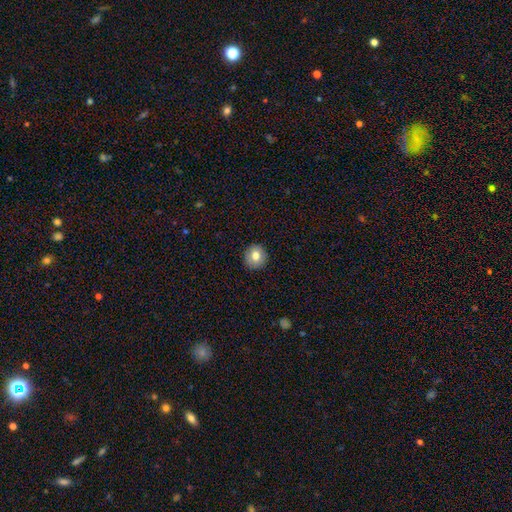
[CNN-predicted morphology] type=smooth (78%); roundness=round (92%); merging=none (91%).